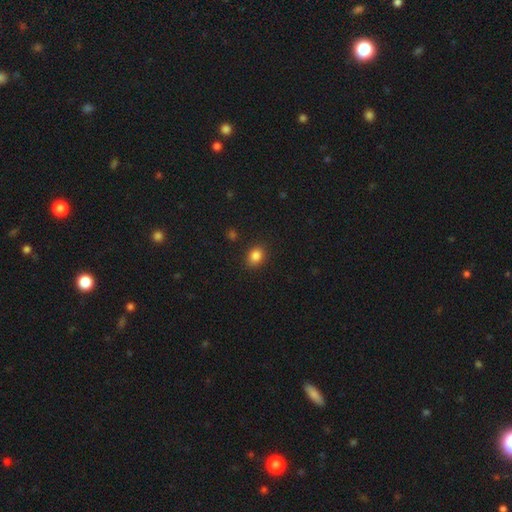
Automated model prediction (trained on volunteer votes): Morphology: type=smooth (85%); roundness=in between (59%); merging=none (87%).